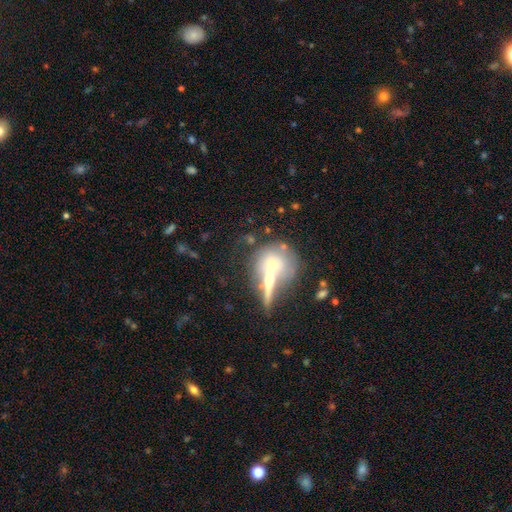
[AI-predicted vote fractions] Smooth or featured? featured or disk (42%)
Merging? merger (44%)